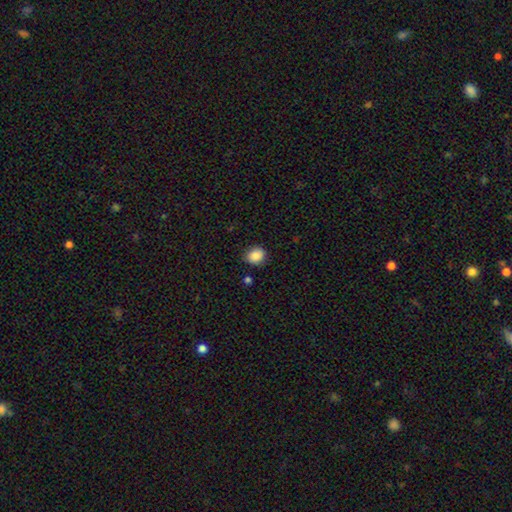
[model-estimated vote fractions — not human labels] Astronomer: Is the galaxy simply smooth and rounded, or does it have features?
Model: smooth — 88%.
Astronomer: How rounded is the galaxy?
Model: round — 67%.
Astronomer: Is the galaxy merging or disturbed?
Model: none — 85%.